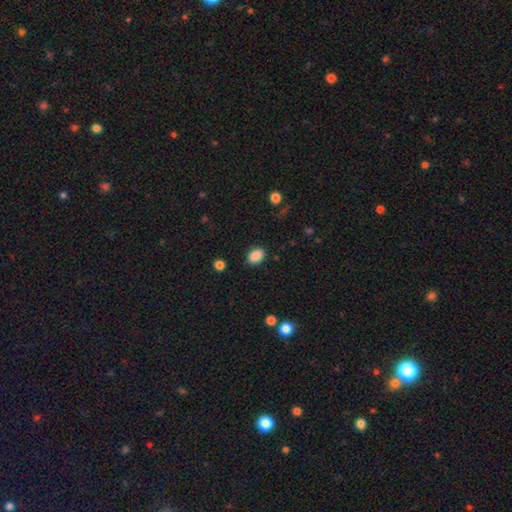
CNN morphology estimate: Smooth or featured?
  - smooth: 88% *
  - star or artifact: 9%
  - featured or disk: 3%
How rounded?
  - in between: 77% *
  - round: 22%
  - cigar-shaped: 1%
Merging?
  - none: 86% *
  - minor disturbance: 10%
  - major disturbance: 3%
  - merger: 1%